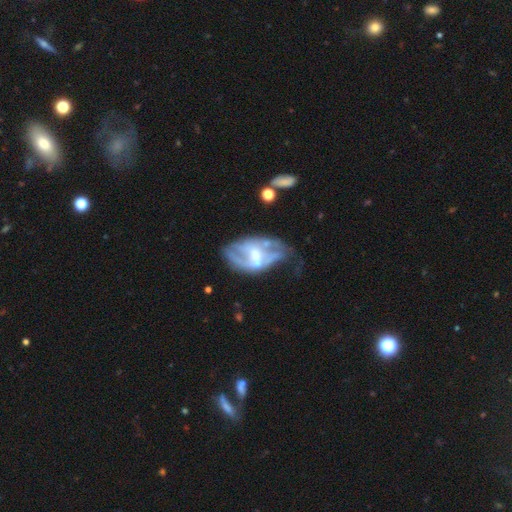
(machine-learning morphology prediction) Smooth or featured: featured or disk — 74% (smooth — 19%)
Edge-on disk: no — 96% (yes — 4%)
Bar: weak — 42% (tied with no — 42%)
Spiral arms: yes — 61% (no — 39%)
Bulge size: moderate — 50% (small — 26%)
Merging: none — 32% (tied with major disturbance — 32%)